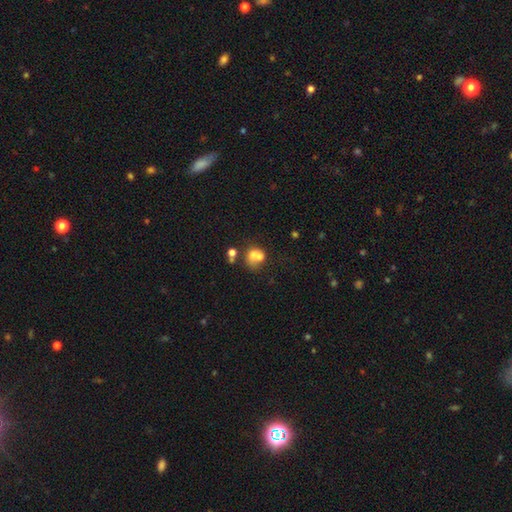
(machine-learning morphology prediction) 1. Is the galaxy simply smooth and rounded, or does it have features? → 65% smooth, 22% featured or disk, 12% star or artifact.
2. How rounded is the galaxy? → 57% round, 42% in between, 1% cigar-shaped.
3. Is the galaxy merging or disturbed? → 55% merger, 24% none, 11% major disturbance, 11% minor disturbance.